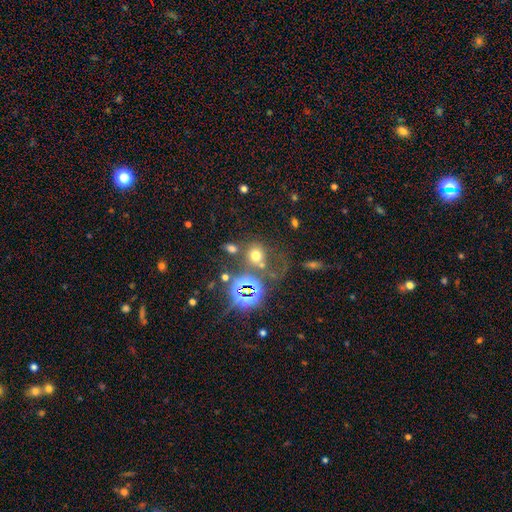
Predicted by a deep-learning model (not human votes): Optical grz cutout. It shows a smooth galaxy with no disk features (57%) that is round (74%). Merging: none (53%).